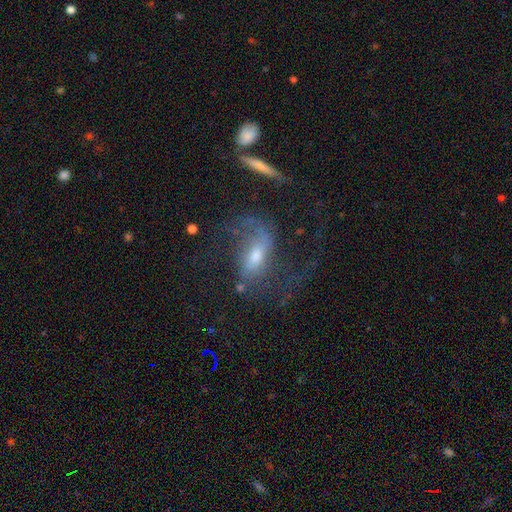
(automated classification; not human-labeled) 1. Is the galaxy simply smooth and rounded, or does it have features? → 70% featured or disk, 19% smooth, 11% star or artifact.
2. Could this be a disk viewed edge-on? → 89% no, 11% yes.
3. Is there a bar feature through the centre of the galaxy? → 42% weak, 35% no, 23% strong.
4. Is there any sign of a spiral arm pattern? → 81% yes, 19% no.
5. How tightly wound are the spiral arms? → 69% loose, 24% medium, 8% tight.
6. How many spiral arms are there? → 69% 2, 15% 1, 10% can't tell, 2% 3, 2% 4, 2% more than 4.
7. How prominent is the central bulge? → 53% moderate, 34% small, 7% large, 4% none, 2% dominant.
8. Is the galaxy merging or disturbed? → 43% none, 34% major disturbance, 18% minor disturbance, 6% merger.